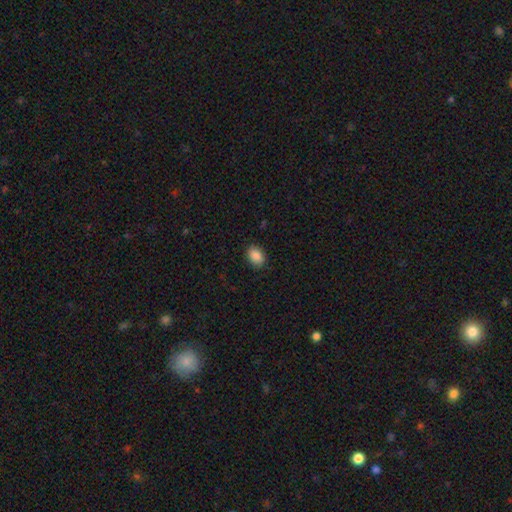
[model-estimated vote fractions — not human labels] Smooth or featured: smooth — 88% (star or artifact — 8%)
How rounded: in between — 78% (round — 21%)
Merging: none — 88% (minor disturbance — 9%)